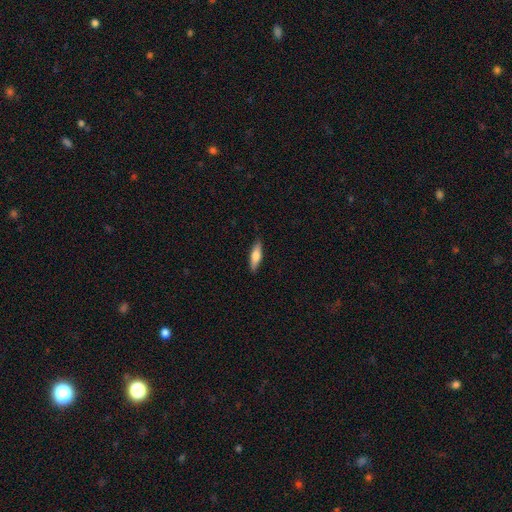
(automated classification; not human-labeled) Smooth or featured? Predicted: smooth (p=0.66). How rounded? Predicted: cigar-shaped (p=0.63). Merging? Predicted: none (p=0.87).